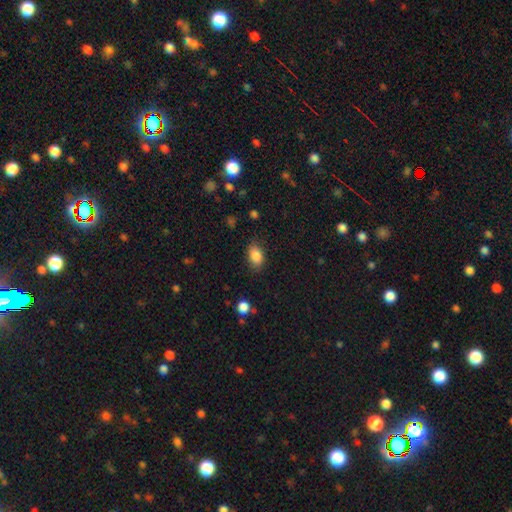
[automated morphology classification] A smooth galaxy with no disk features (86%) that is in between round and cigar-shaped (84%). Merging: none (82%).